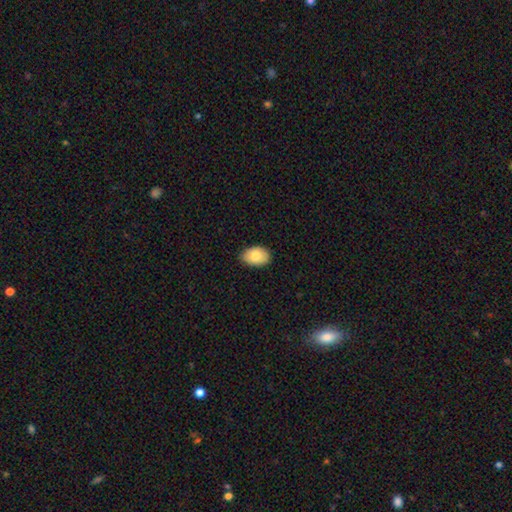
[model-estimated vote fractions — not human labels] Smooth or featured? Predicted: smooth (p=0.85). How rounded? Predicted: in between (p=0.87). Merging? Predicted: none (p=0.82).